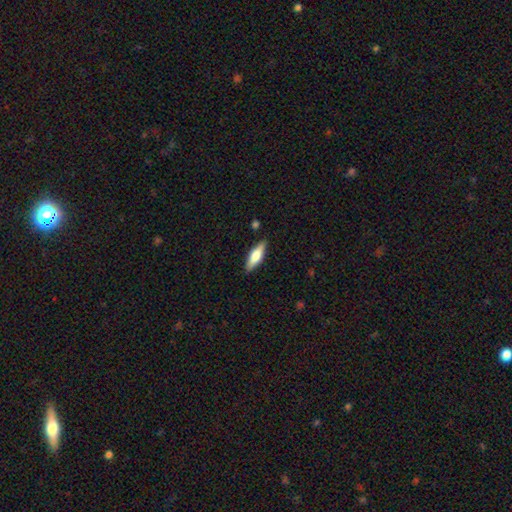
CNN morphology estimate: Smooth or featured? smooth (57%)
How rounded? in between (51%)
Merging? none (87%)